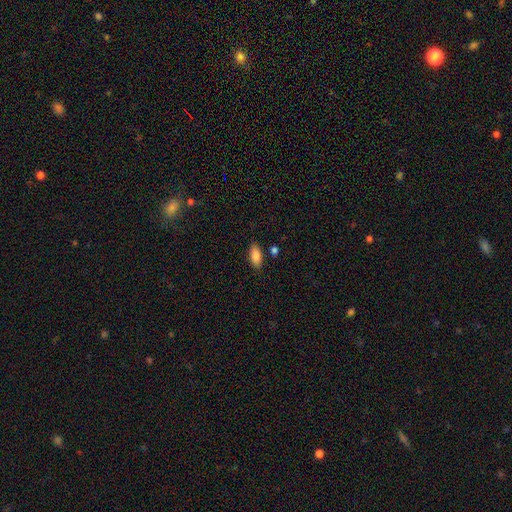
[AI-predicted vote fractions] Smooth or featured? smooth (86%)
How rounded? in between (87%)
Merging? none (82%)